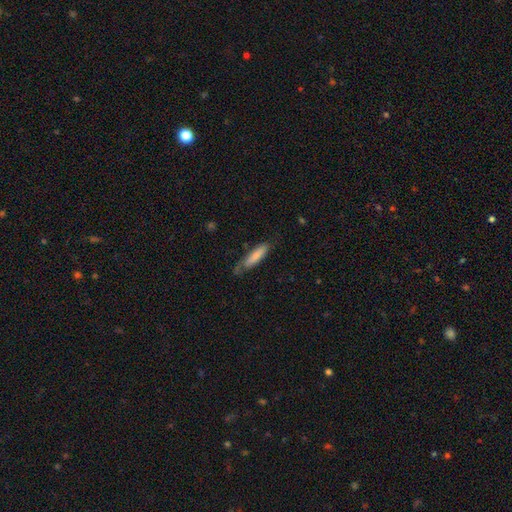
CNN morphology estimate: Smooth or featured? smooth (74%)
How rounded? cigar-shaped (72%)
Merging? none (60%)